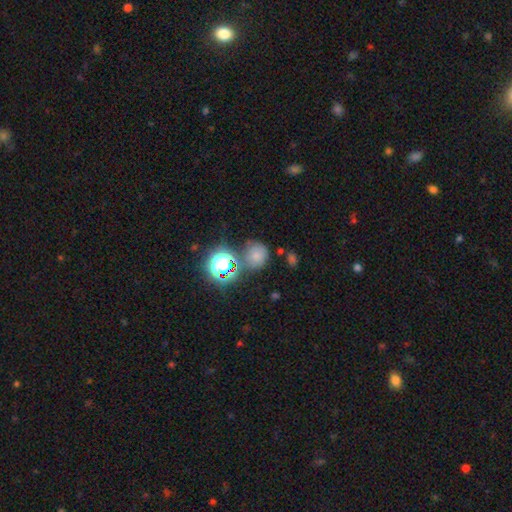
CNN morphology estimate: Smooth or featured? Predicted: smooth (p=0.65). How rounded? Predicted: round (p=0.83). Merging? Predicted: none (p=0.61).